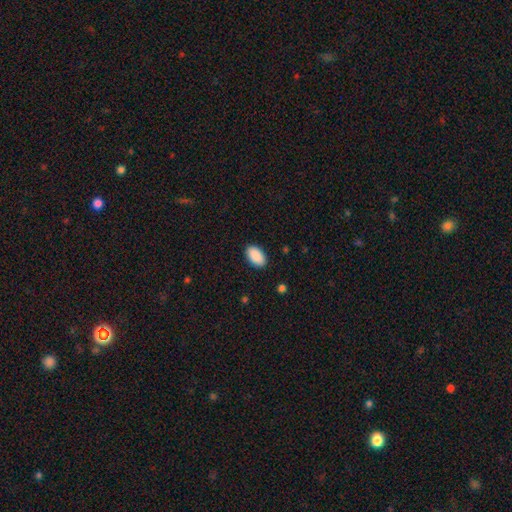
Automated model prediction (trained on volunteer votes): smooth_or_featured: smooth (p=0.91) [alt: star or artifact p=0.06]
how_rounded: in between (p=0.95) [alt: round p=0.04]
merging: none (p=0.90) [alt: minor disturbance p=0.08]